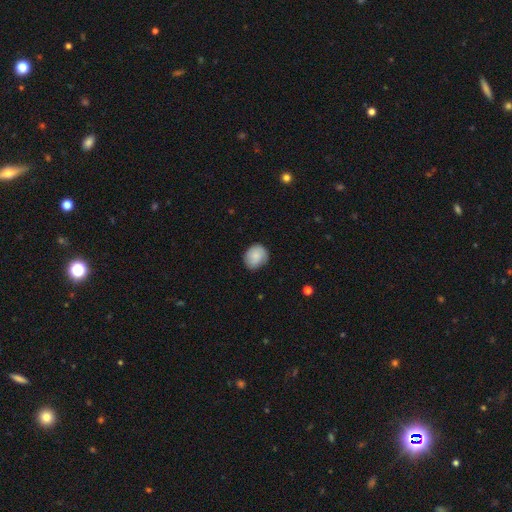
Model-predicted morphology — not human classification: Smooth or featured? Predicted: smooth (p=0.81). How rounded? Predicted: round (p=0.66). Merging? Predicted: none (p=0.76).